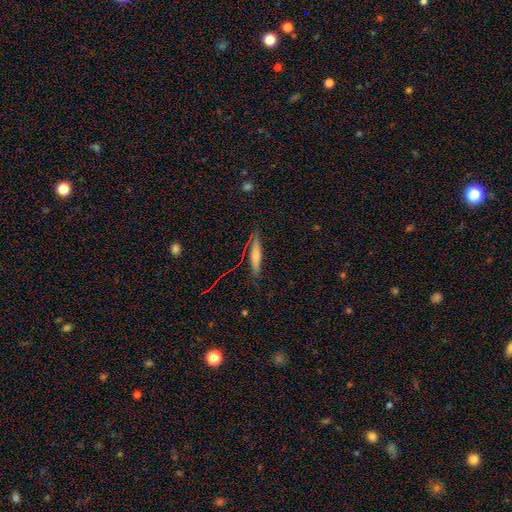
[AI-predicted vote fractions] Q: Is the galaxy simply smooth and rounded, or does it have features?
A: smooth — 70%.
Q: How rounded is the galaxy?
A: cigar-shaped — 86%.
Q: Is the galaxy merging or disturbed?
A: none — 82%.